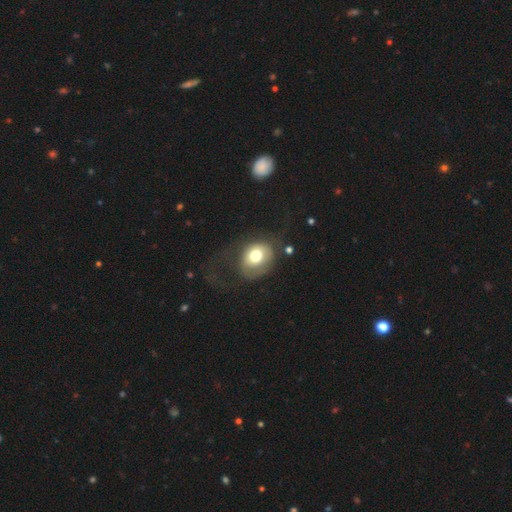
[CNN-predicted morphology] A smooth galaxy with no disk features (66%) that is in between round and cigar-shaped (50%).

Vote fractions:
- Smooth or featured? smooth: 66% / featured or disk: 26% / star or artifact: 9%
- How rounded? in between: 50% / round: 49% / cigar-shaped: 1%
- Merging? none: 40% / major disturbance: 36% / minor disturbance: 22% / merger: 3%